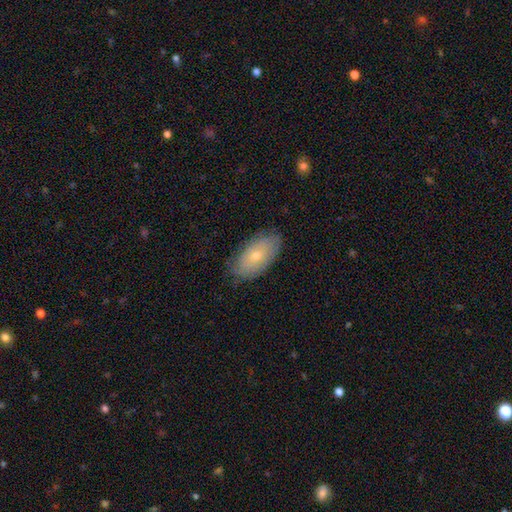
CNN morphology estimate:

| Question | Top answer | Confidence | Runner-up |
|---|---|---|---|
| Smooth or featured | smooth | 63% | featured or disk (30%) |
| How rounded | in between | 92% | round (4%) |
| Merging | none | 78% | minor disturbance (17%) |